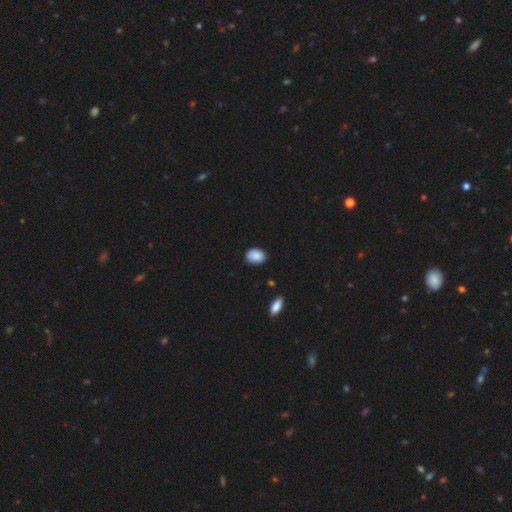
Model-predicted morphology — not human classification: smooth 89%, star or artifact 7%, featured or disk 4%. Down the decision tree: how rounded — in between (79%); merging — none (85%).